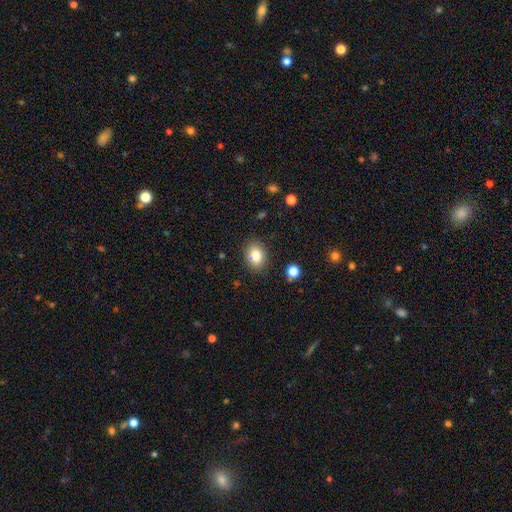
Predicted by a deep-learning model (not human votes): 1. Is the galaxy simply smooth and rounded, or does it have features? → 83% smooth, 10% star or artifact, 8% featured or disk.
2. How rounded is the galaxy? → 64% in between, 35% round, 1% cigar-shaped.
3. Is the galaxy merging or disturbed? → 86% none, 10% minor disturbance, 3% major disturbance, 2% merger.